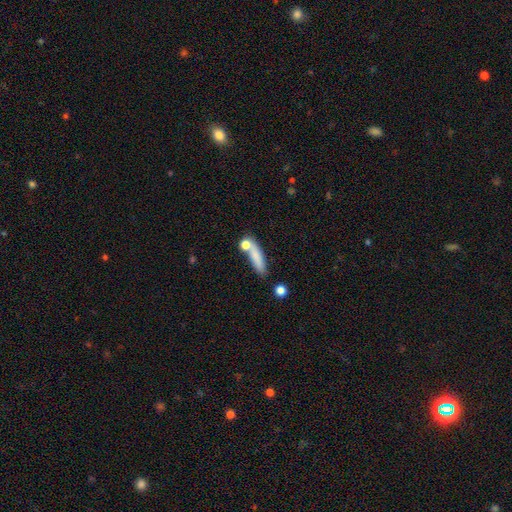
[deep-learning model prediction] smooth-or-featured: smooth: 76% | featured or disk: 16% | star or artifact: 8%
  how-rounded: cigar-shaped: 63% | in between: 32% | round: 5%
  merging: none: 53% | merger: 22% | minor disturbance: 17% | major disturbance: 8%